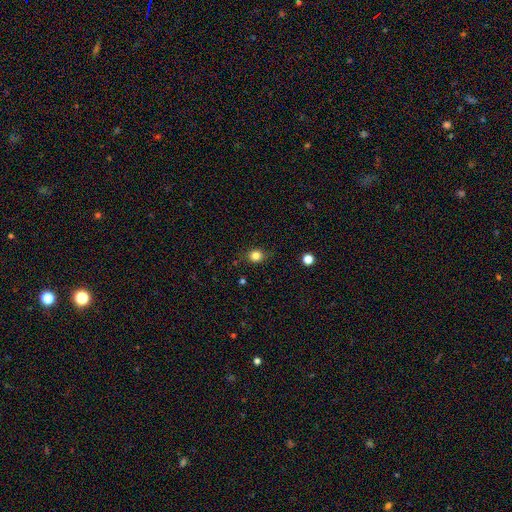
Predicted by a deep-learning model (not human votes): Smooth or featured? smooth (82%)
How rounded? round (73%)
Merging? none (82%)